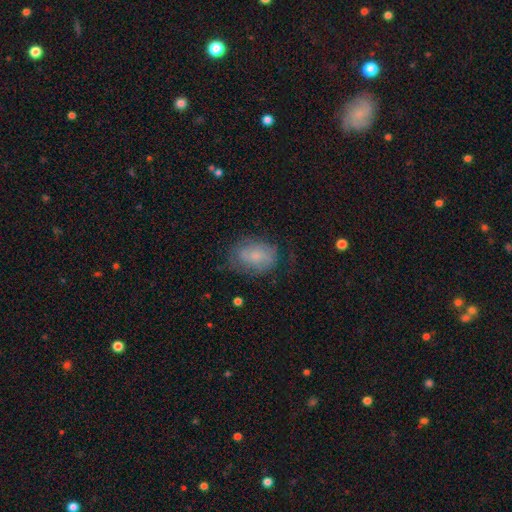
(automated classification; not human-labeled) Smooth or featured? Predicted: smooth (p=0.60). How rounded? Predicted: in between (p=0.75). Merging? Predicted: none (p=0.59).